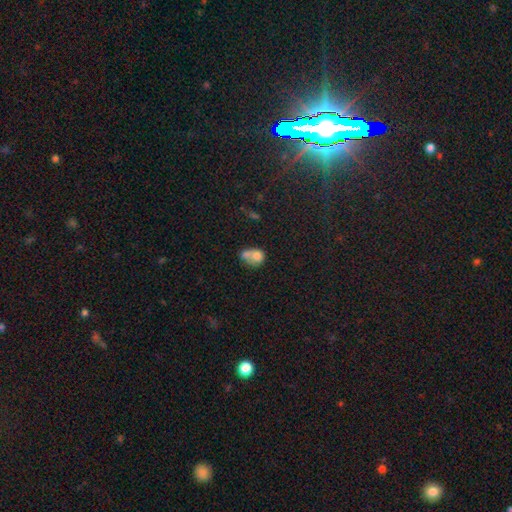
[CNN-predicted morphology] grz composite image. It shows a smooth galaxy with no disk features (71%) that is round (54%). Merging: merger (59%).